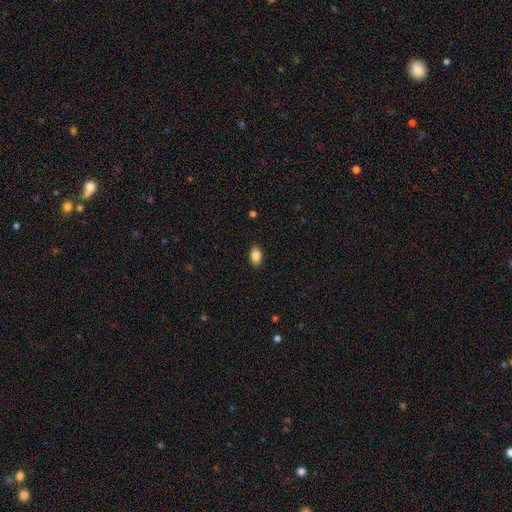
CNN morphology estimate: type=smooth (86%); roundness=in between (90%); merging=none (89%).